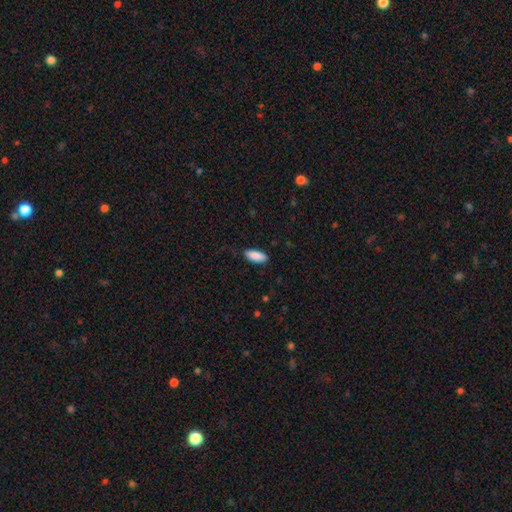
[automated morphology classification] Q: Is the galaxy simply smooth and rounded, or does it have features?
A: smooth — 89%.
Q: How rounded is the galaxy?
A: in between — 82%.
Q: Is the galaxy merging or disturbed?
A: none — 82%.